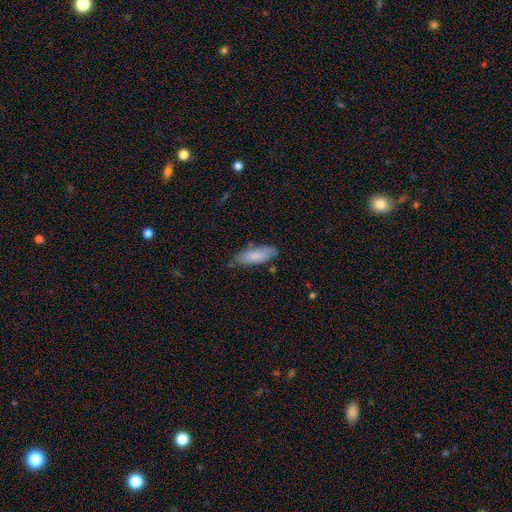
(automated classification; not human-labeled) The model was most divided on "how rounded": in between: 60%, cigar-shaped: 39%, round: 2%. More confident: smooth or featured — smooth (83%); merging — none (70%).